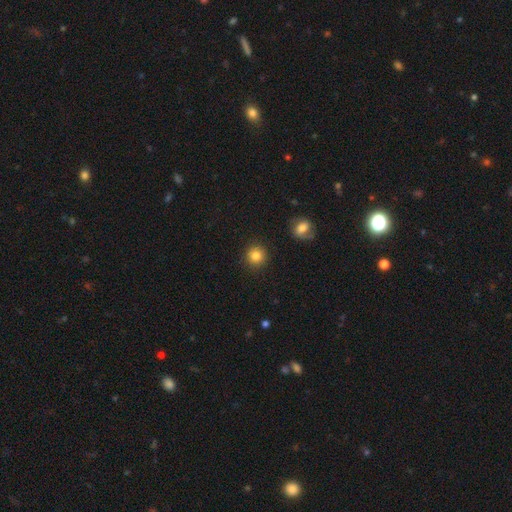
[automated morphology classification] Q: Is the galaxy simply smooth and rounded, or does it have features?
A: smooth — 83%.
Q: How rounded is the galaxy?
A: round — 94%.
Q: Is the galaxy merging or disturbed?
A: none — 90%.